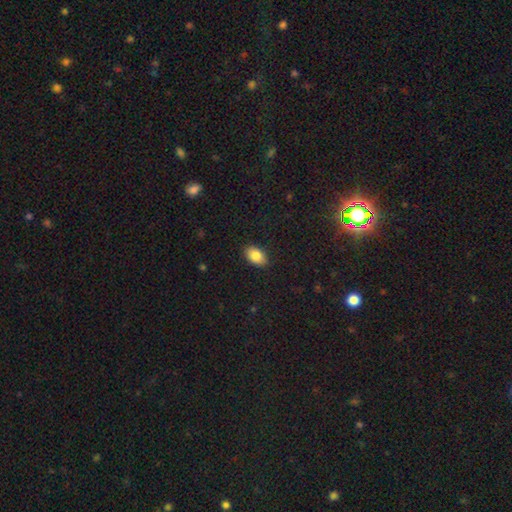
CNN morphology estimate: This is clearly a smooth galaxy (85%). How rounded: clearly in between (89%). Merging: clearly none (87%).